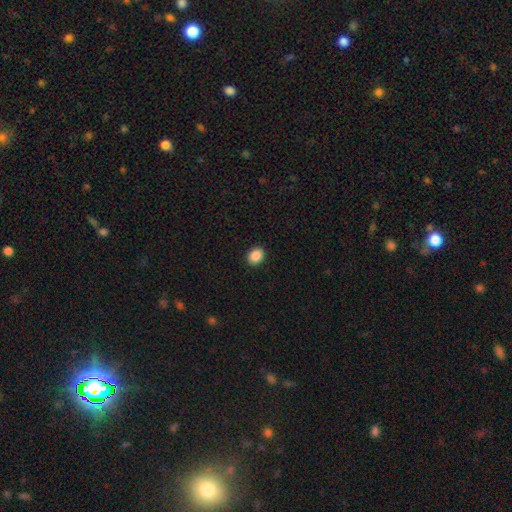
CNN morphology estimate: Overall: smooth (88%). How rounded: round (55%; in between 44%). Merging: none (91%).